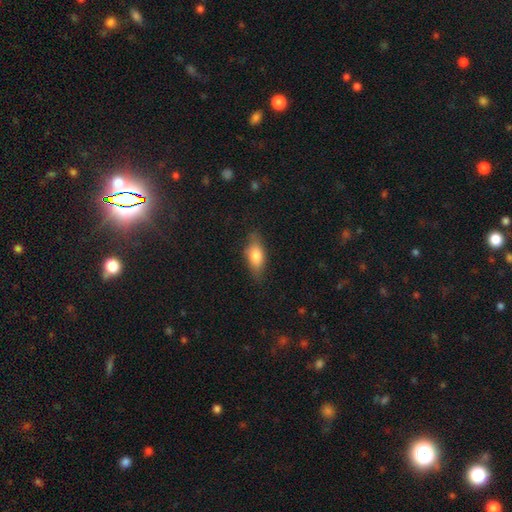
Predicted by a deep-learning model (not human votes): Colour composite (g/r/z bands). It shows a smooth galaxy with no disk features (73%) that is in between round and cigar-shaped (77%). Merging: none (75%).